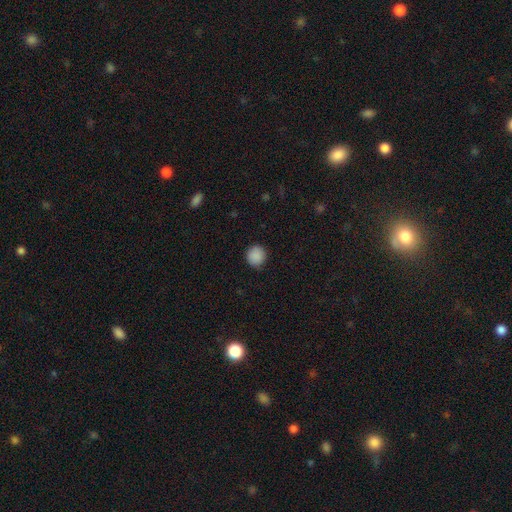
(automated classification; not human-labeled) smooth 89%, star or artifact 8%, featured or disk 3%. Down the decision tree: how rounded — round (91%); merging — none (88%).